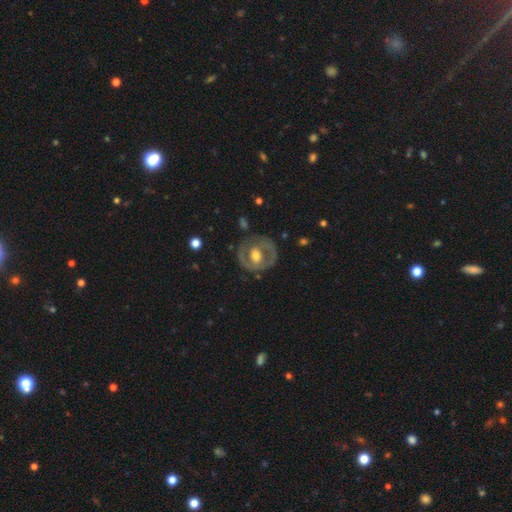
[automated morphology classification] Q: Smooth or featured?
A: featured or disk (69%); runner-up: smooth (25%)
Q: Edge-on disk?
A: no (96%); runner-up: yes (4%)
Q: Bar?
A: no (50%); runner-up: weak (35%)
Q: Spiral arms?
A: no (56%); runner-up: yes (44%)
Q: Bulge size?
A: moderate (67%); runner-up: large (20%)
Q: Merging?
A: none (75%); runner-up: minor disturbance (15%)